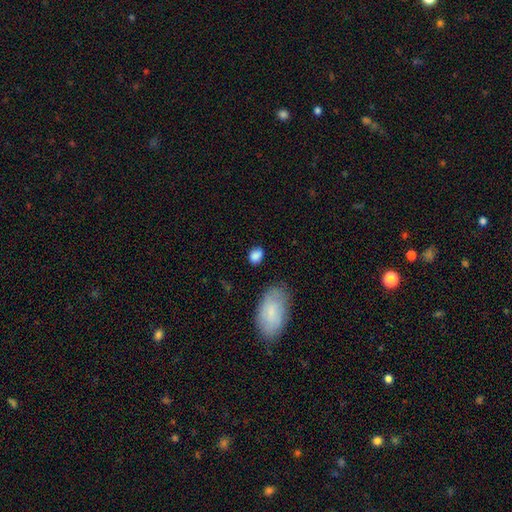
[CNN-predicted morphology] A smooth galaxy with no disk features (86%) that is in between round and cigar-shaped (70%).

Vote fractions:
- Smooth or featured? smooth: 86% / star or artifact: 9% / featured or disk: 6%
- How rounded? in between: 70% / round: 28% / cigar-shaped: 2%
- Merging? none: 76% / minor disturbance: 16% / major disturbance: 5% / merger: 3%